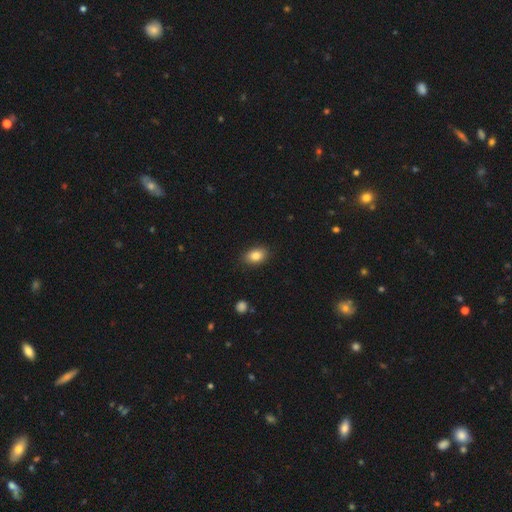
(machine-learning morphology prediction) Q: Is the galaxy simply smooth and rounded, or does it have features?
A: smooth — 84%.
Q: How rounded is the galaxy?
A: in between — 84%.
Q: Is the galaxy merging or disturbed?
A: none — 87%.